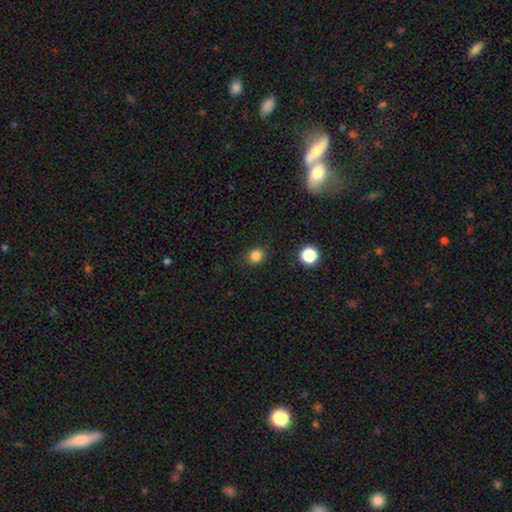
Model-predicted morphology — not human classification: Smooth or featured: smooth — 83% (star or artifact — 13%)
How rounded: round — 79% (in between — 20%)
Merging: none — 85% (minor disturbance — 11%)